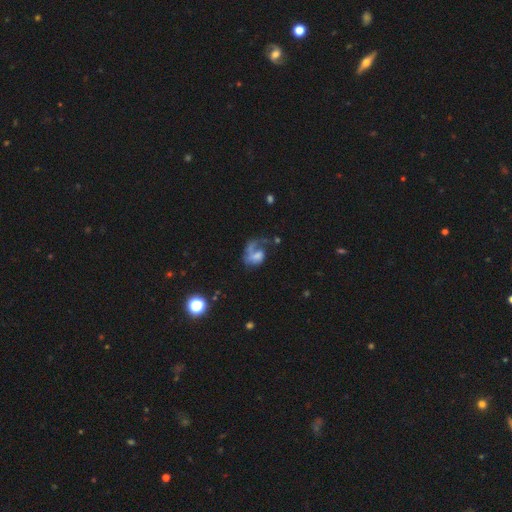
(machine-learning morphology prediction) This is possibly a featured or disk galaxy (56%). It is clearly not viewed edge-on (98%). Bar: likely no (72%). Spiral arm pattern: likely yes (69%). Central bulge: possibly none (46%). Merging: possibly major disturbance (50%).